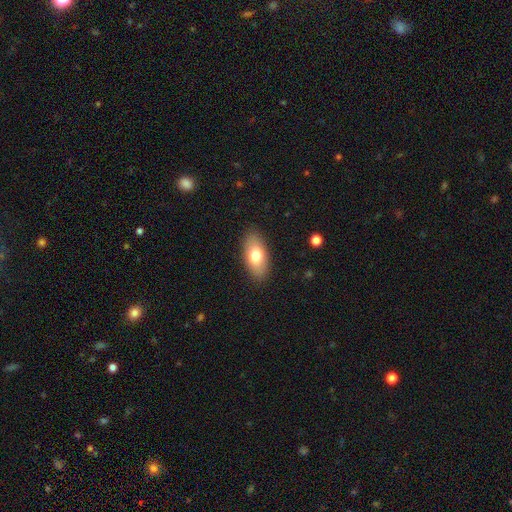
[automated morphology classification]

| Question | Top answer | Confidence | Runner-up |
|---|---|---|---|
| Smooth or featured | smooth | 75% | featured or disk (19%) |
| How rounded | in between | 90% | cigar-shaped (6%) |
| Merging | none | 87% | minor disturbance (10%) |